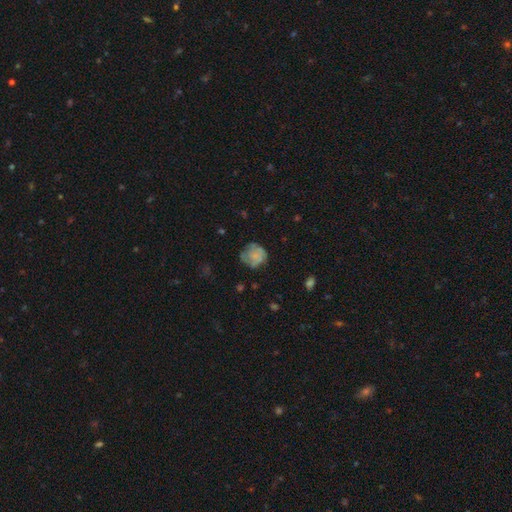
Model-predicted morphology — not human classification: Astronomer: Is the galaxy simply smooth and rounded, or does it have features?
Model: smooth — 59%.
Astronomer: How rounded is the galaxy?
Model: round — 80%.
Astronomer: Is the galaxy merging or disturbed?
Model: none — 60%.